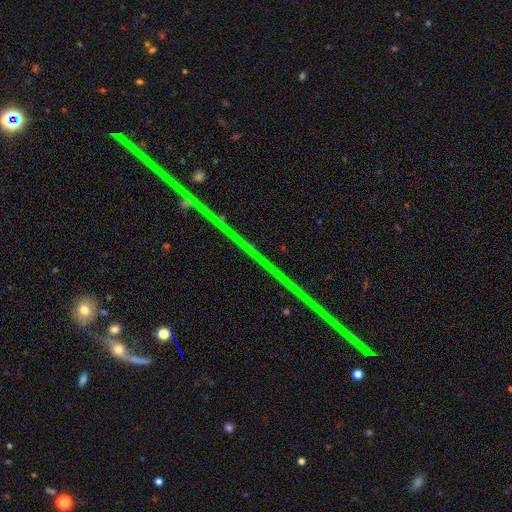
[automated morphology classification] This is clearly a star or artifact rather than a galaxy (81%).